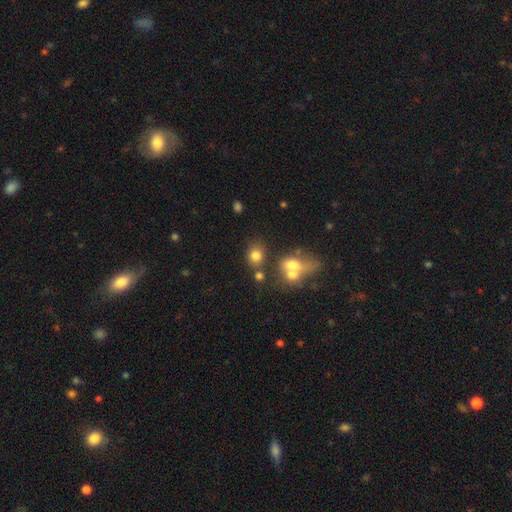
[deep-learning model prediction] Q: Smooth or featured?
A: smooth (77%); runner-up: star or artifact (13%)
Q: How rounded?
A: round (60%); runner-up: in between (38%)
Q: Merging?
A: none (60%); runner-up: merger (22%)